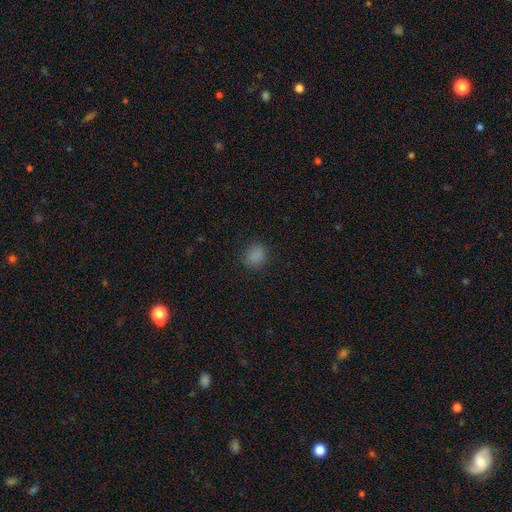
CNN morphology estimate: The model was most divided on "how rounded": round: 67%, in between: 32%, cigar-shaped: 1%. More confident: merging — none (86%); smooth or featured — smooth (83%).